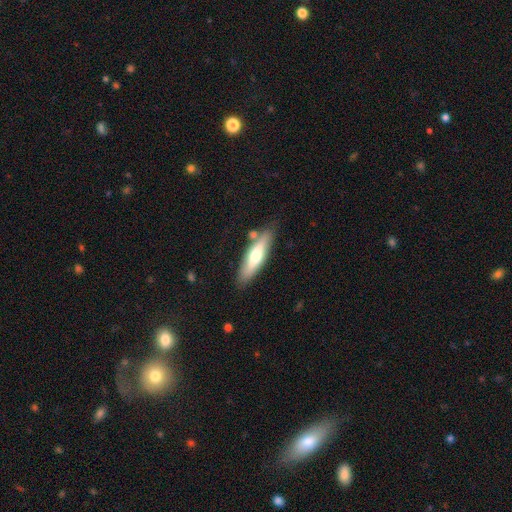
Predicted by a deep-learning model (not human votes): Overall: smooth (54%; featured or disk 40%). How rounded: cigar-shaped (65%; in between 33%). Merging: none (77%).